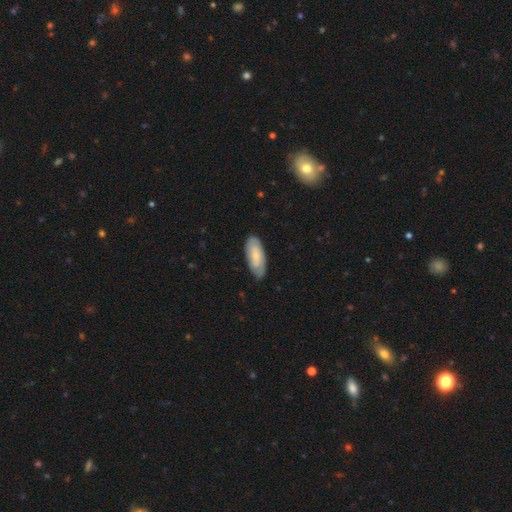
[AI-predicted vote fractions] A smooth galaxy with no disk features (53%) that is in between round and cigar-shaped (82%).

Vote fractions:
- Smooth or featured? smooth: 53% / featured or disk: 41% / star or artifact: 6%
- How rounded? in between: 82% / cigar-shaped: 16% / round: 2%
- Merging? none: 81% / minor disturbance: 15% / major disturbance: 3% / merger: 1%